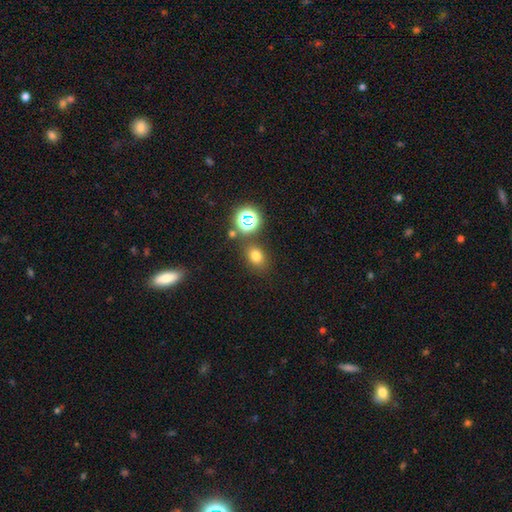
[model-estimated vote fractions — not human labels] Smooth or featured?
  - smooth: 73% *
  - star or artifact: 20%
  - featured or disk: 7%
How rounded?
  - in between: 54% *
  - round: 45%
  - cigar-shaped: 1%
Merging?
  - none: 77% *
  - minor disturbance: 11%
  - merger: 8%
  - major disturbance: 4%